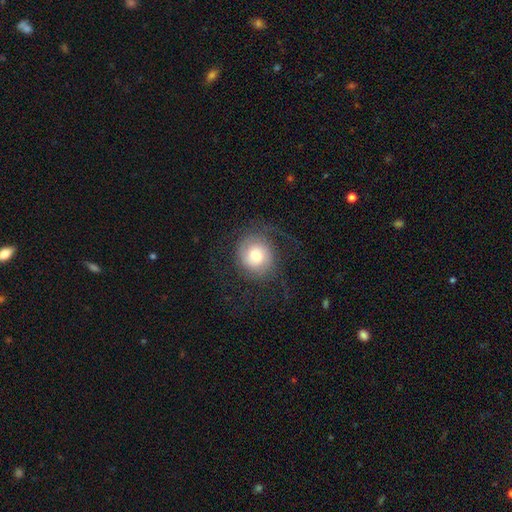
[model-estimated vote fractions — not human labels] The model was most divided on "smooth or featured": featured or disk: 49%, smooth: 43%, star or artifact: 8%. More confident: merging — none (65%).